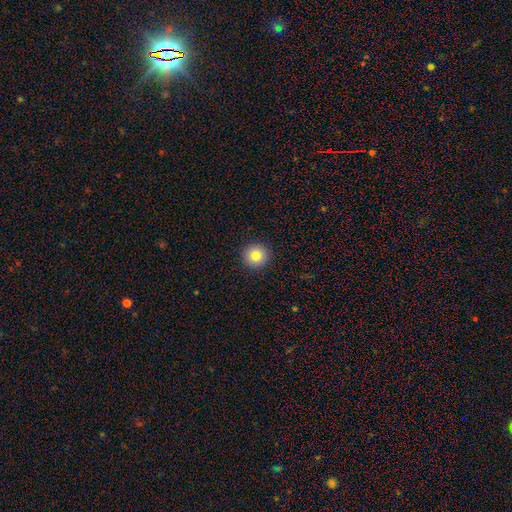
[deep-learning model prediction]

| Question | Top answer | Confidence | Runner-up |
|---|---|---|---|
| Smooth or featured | smooth | 82% | star or artifact (10%) |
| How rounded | round | 95% | in between (4%) |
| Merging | none | 93% | minor disturbance (4%) |